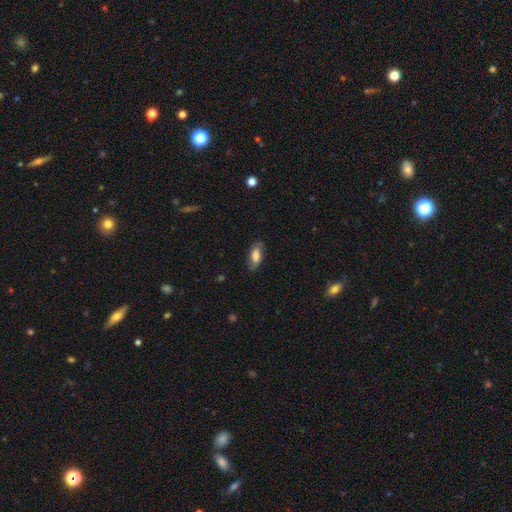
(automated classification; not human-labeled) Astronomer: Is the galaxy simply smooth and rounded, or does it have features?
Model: smooth — 67%.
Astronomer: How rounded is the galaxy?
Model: in between — 80%.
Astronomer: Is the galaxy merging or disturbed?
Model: none — 75%.